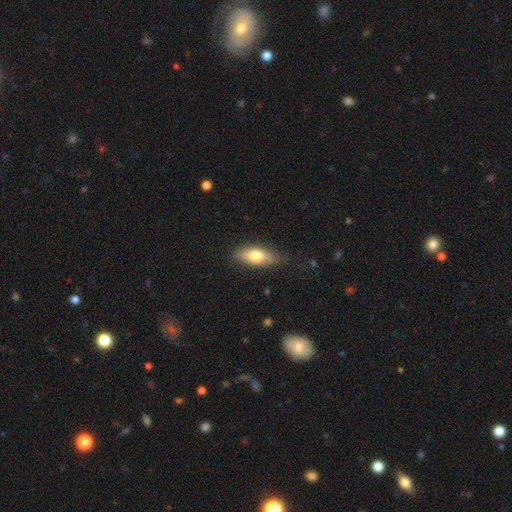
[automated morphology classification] type=smooth (70%); roundness=in between (74%); merging=none (76%).